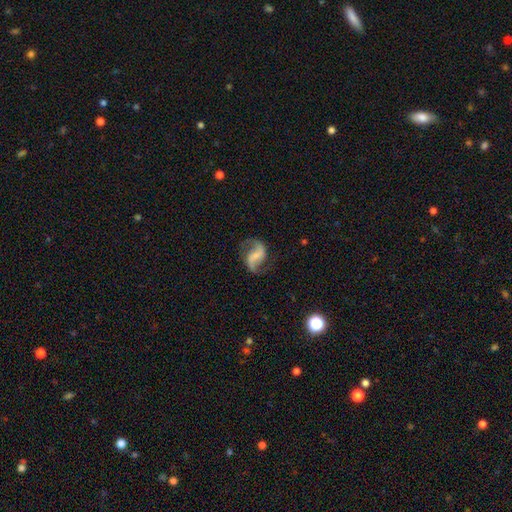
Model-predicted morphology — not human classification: Smooth or featured?
  - featured or disk: 83% *
  - smooth: 11%
  - star or artifact: 6%
Edge-on disk?
  - no: 98% *
  - yes: 2%
Bar?
  - weak: 42% *
  - strong: 33%
  - no: 25%
Spiral arms?
  - yes: 95% *
  - no: 5%
Spiral winding?
  - loose: 62% *
  - medium: 32%
  - tight: 7%
Spiral arm count?
  - 2: 91% *
  - 1: 3%
  - can't tell: 2%
  - 3: 1%
  - 4: 1%
  - more than 4: 1%
Bulge size?
  - none: 37% * (tied)
  - small: 37% * (tied)
  - moderate: 19%
  - large: 5%
  - dominant: 2%
Merging?
  - none: 72% *
  - minor disturbance: 16%
  - major disturbance: 10%
  - merger: 2%